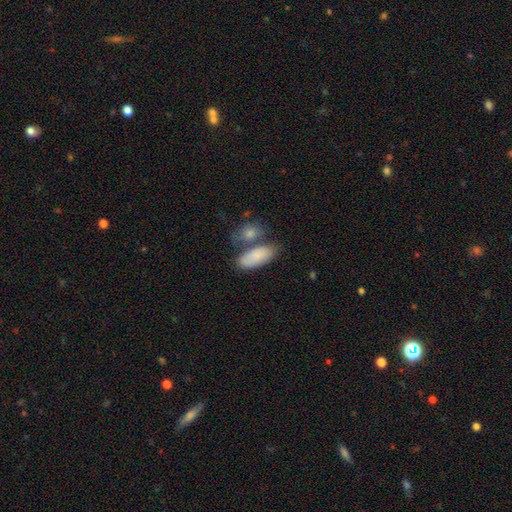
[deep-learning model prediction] Smooth or featured? smooth (83%)
How rounded? in between (86%)
Merging? none (50%)